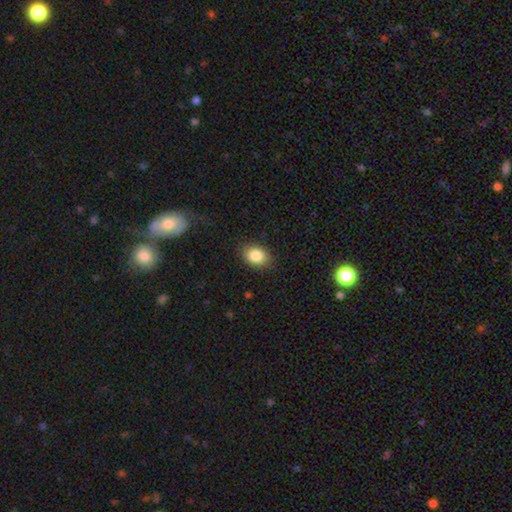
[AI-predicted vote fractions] A smooth galaxy with no disk features (85%) that is in between round and cigar-shaped (73%).

Vote fractions:
- Smooth or featured? smooth: 85% / star or artifact: 8% / featured or disk: 7%
- How rounded? in between: 73% / round: 26% / cigar-shaped: 1%
- Merging? none: 85% / minor disturbance: 11% / major disturbance: 3% / merger: 1%